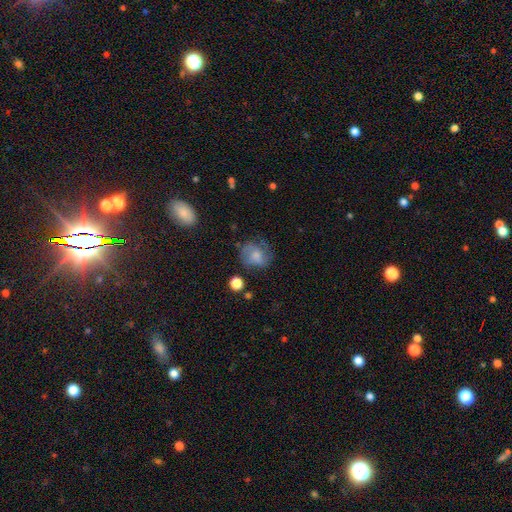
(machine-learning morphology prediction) type=smooth (61%); roundness=round (65%); merging=none (55%).